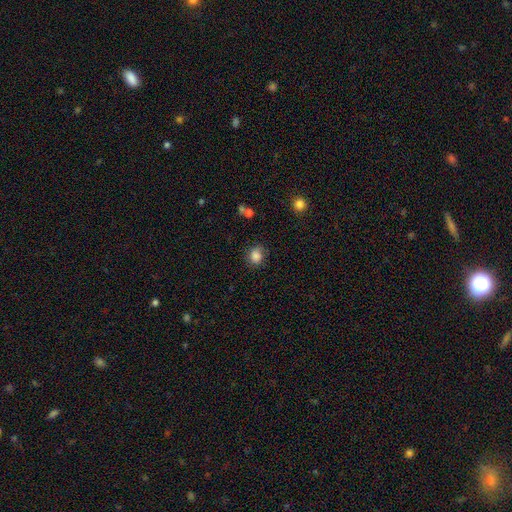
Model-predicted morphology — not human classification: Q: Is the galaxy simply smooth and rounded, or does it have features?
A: smooth — 84%.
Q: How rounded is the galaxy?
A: round — 64%.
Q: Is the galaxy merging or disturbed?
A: none — 75%.